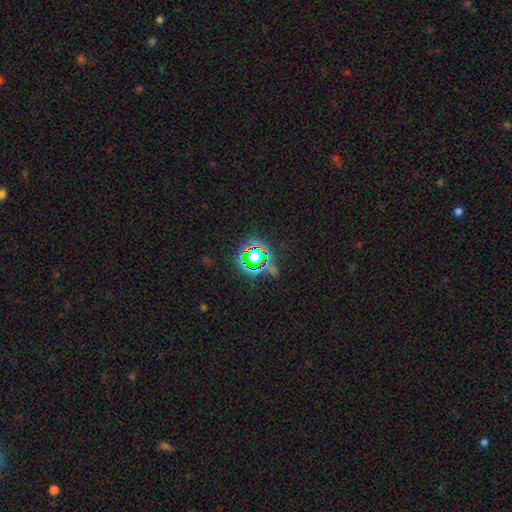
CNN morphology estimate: This is likely a star or artifact rather than a galaxy (66%).